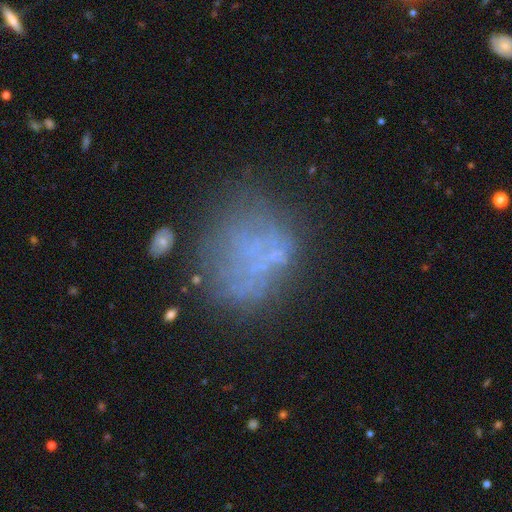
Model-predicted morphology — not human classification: Smooth or featured: featured or disk — 44% (smooth — 33%)
Merging: none — 50% (major disturbance — 23%)